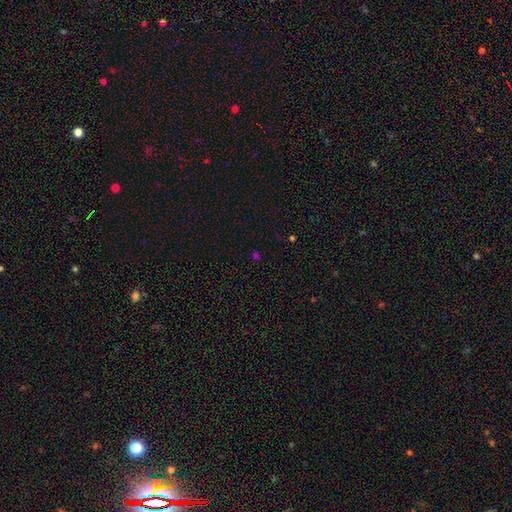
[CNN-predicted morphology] Smooth or featured: star or artifact — 51% (smooth — 43%)